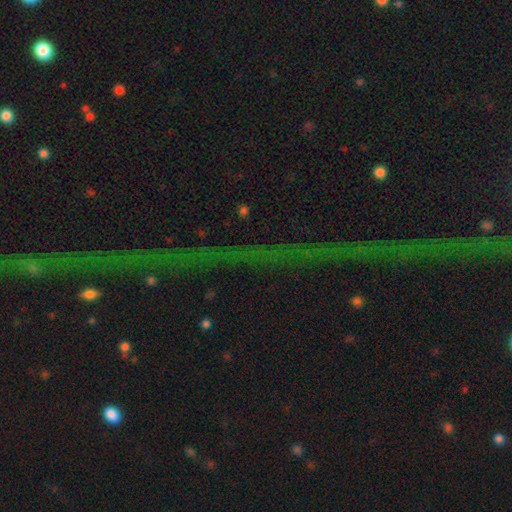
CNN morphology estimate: This is likely a star or artifact rather than a galaxy (77%).